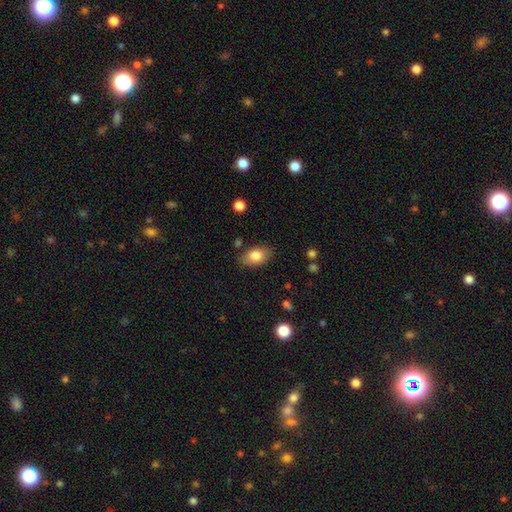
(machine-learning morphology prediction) This appears to be a smooth galaxy with no disk features (81%) that is in between round and cigar-shaped (89%). Merging: none (82%).